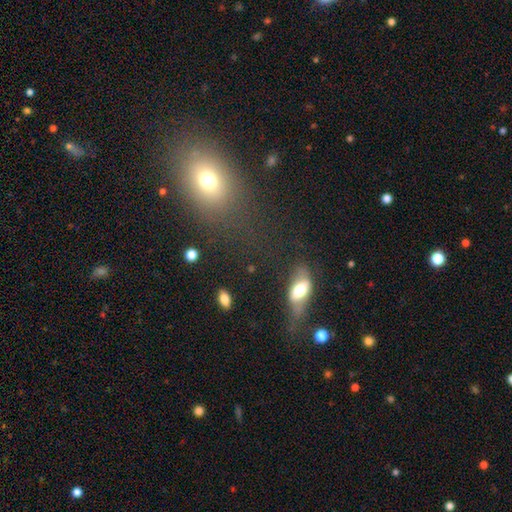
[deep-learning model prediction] smooth_or_featured: smooth (p=0.50) [alt: star or artifact p=0.30]
how_rounded: in between (p=0.65) [alt: round p=0.25]
merging: none (p=0.67) [alt: minor disturbance p=0.13]